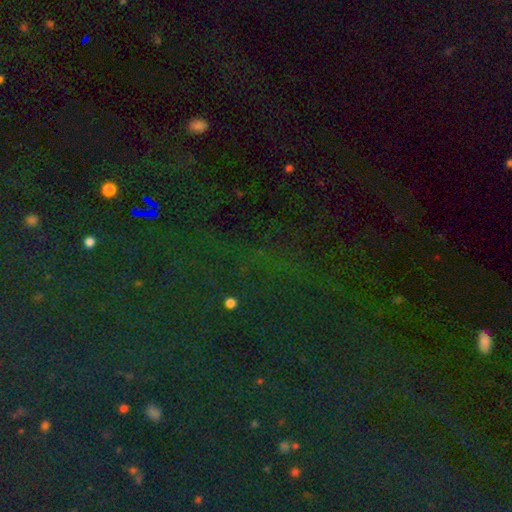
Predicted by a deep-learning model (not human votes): A star or artifact, not a galaxy (80%).